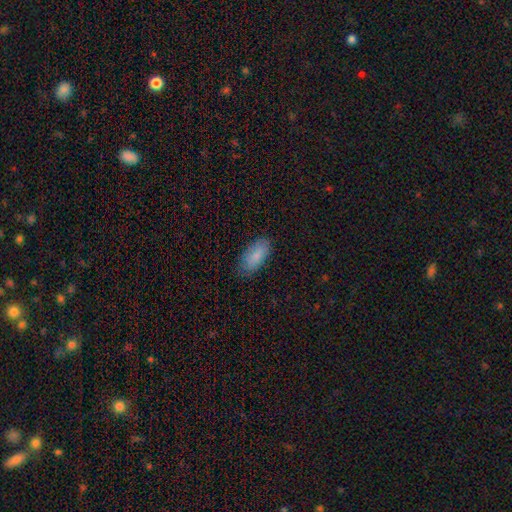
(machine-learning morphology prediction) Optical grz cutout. It shows a smooth galaxy with no disk features (86%) that is in between round and cigar-shaped (89%). Merging: none (82%).